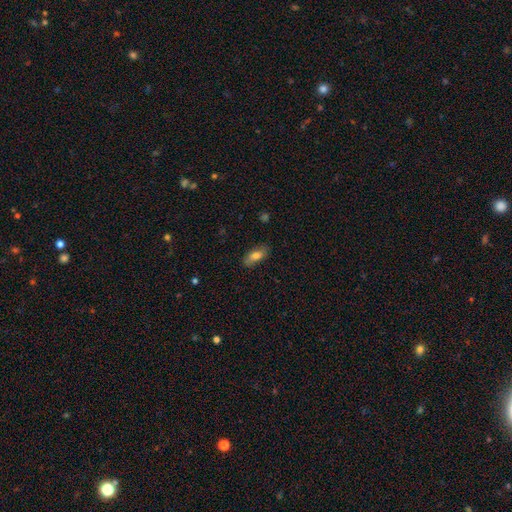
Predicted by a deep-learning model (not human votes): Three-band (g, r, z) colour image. It shows a smooth galaxy with no disk features (76%) that is in between round and cigar-shaped (83%). Merging: none (80%).